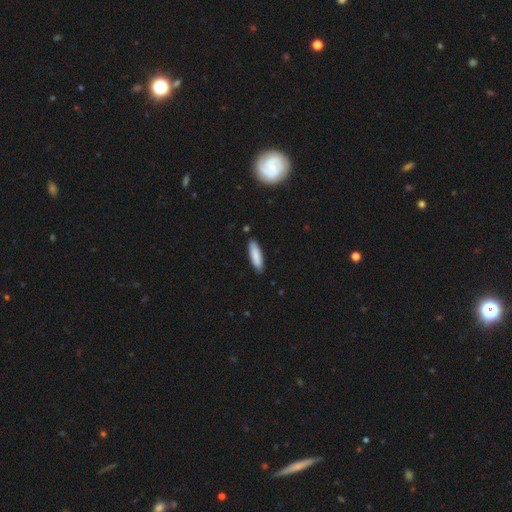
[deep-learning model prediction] Smooth or featured: smooth — 85% (featured or disk — 9%)
How rounded: cigar-shaped — 63% (in between — 35%)
Merging: none — 87% (minor disturbance — 10%)